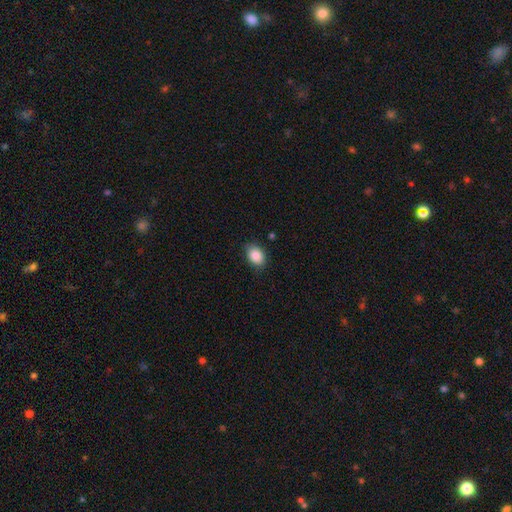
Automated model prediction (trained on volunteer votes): Smooth or featured? Predicted: smooth (p=0.89). How rounded? Predicted: in between (p=0.73). Merging? Predicted: none (p=0.81).